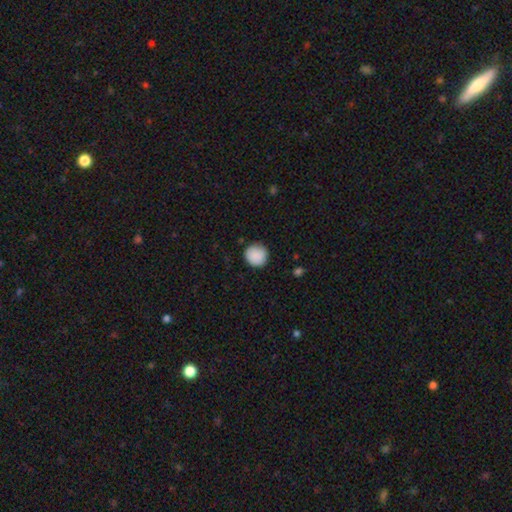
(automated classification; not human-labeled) smooth 89%, star or artifact 7%, featured or disk 4%. Down the decision tree: how rounded — round (93%); merging — none (86%).